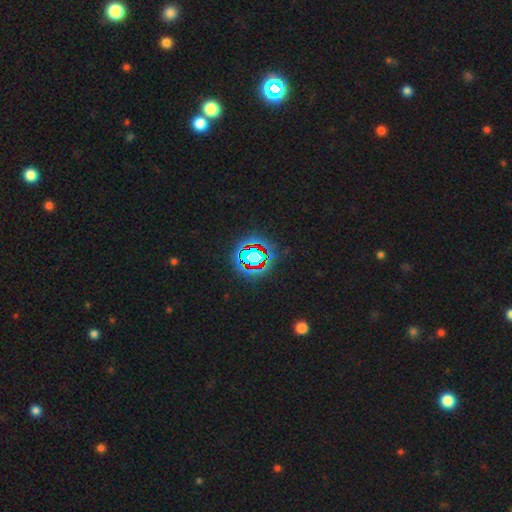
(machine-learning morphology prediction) star or artifact 72%, smooth 16%, featured or disk 12%.